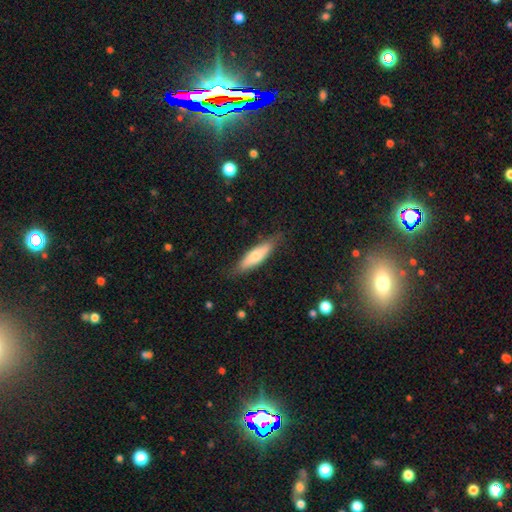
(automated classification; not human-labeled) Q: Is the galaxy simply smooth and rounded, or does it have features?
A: smooth — 68%.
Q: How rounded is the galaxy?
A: cigar-shaped — 64%.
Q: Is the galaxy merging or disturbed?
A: none — 79%.